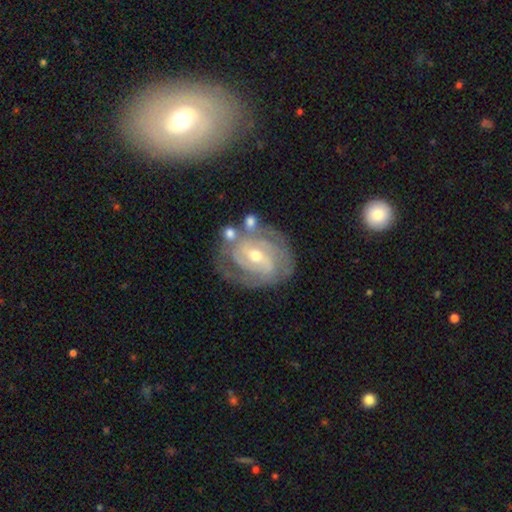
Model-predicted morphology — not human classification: A featured or disk galaxy (86%) with a weak bar (47%), 2 (37%) tight (69%) spiral arms (94%) and a moderate central bulge (53%).

Vote fractions:
- Smooth or featured? featured or disk: 86% / smooth: 9% / star or artifact: 6%
- Edge-on disk? no: 97% / yes: 3%
- Bar? weak: 47% / no: 32% / strong: 21%
- Spiral arms? yes: 94% / no: 6%
- Spiral winding? tight: 69% / medium: 25% / loose: 6%
- Spiral arm count? 2: 37% / can't tell: 28% / 3: 20% / 4: 7% / 1: 4% / more than 4: 4%
- Bulge size? moderate: 53% / small: 43% / large: 2% / none: 1% / dominant: 1%
- Merging? none: 65% / minor disturbance: 19% / major disturbance: 9% / merger: 8%